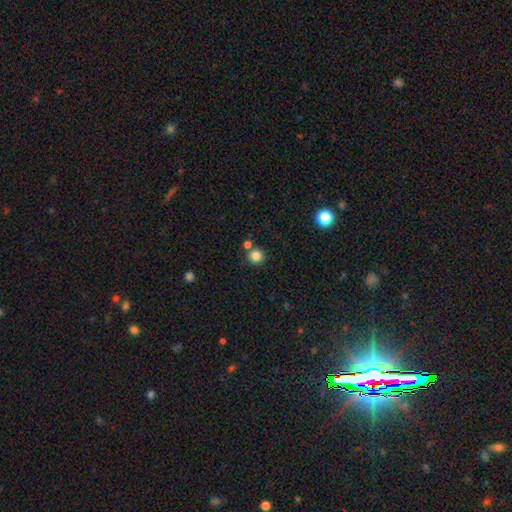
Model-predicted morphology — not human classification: smooth-or-featured: smooth: 83% | star or artifact: 12% | featured or disk: 5%
  how-rounded: round: 92% | in between: 7% | cigar-shaped: 1%
  merging: none: 75% | merger: 15% | minor disturbance: 8% | major disturbance: 3%